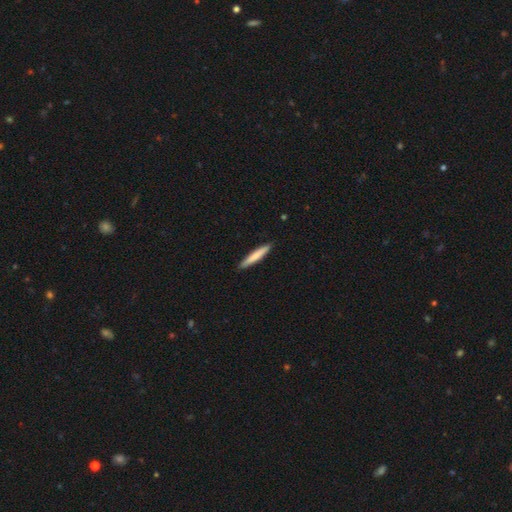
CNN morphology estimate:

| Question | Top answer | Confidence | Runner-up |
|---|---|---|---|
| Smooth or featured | smooth | 75% | featured or disk (19%) |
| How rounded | cigar-shaped | 94% | in between (5%) |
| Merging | none | 90% | minor disturbance (8%) |